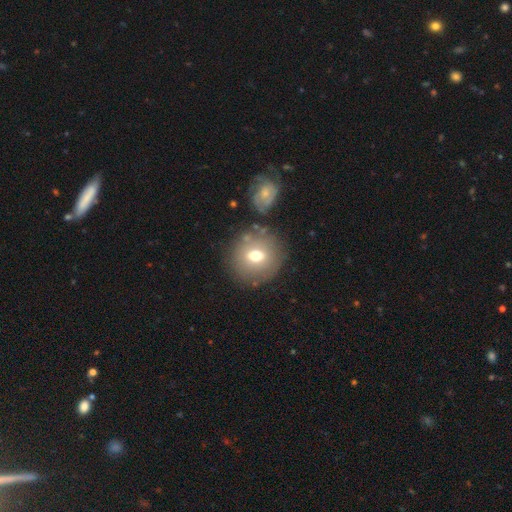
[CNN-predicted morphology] Smooth or featured?
  - smooth: 65% *
  - featured or disk: 25%
  - star or artifact: 10%
How rounded?
  - round: 86% *
  - in between: 13%
  - cigar-shaped: 1%
Merging?
  - none: 76% *
  - minor disturbance: 12%
  - merger: 7%
  - major disturbance: 5%